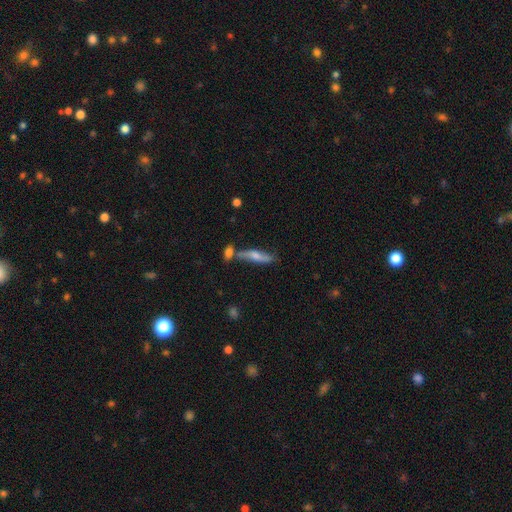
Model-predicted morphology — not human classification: This appears to be a featured or disk galaxy (52%) viewed edge-on (79%). Merging: none (60%).